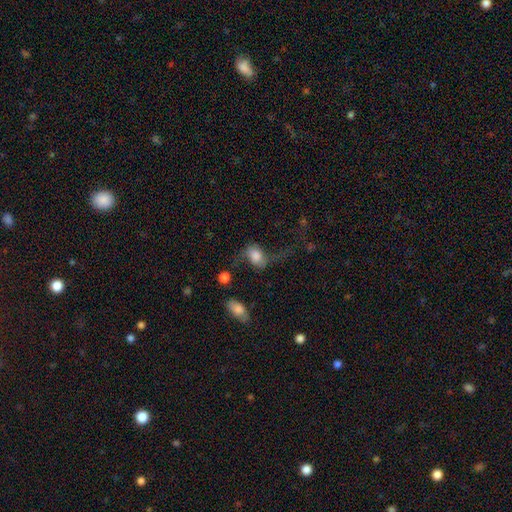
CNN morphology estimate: Overall: smooth (58%; featured or disk 32%). How rounded: in between (73%). Merging: major disturbance (37%; none 34%).